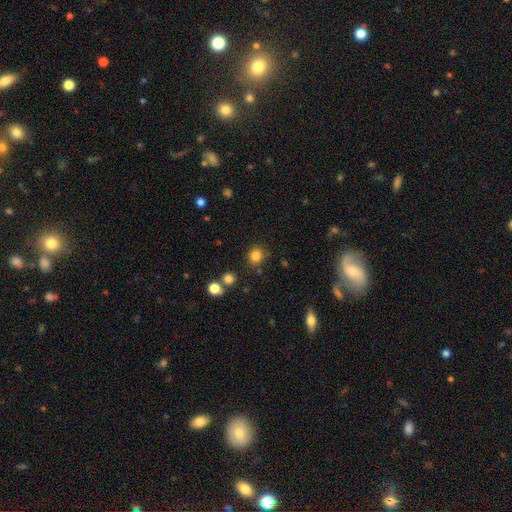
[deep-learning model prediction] The model was most divided on "how rounded": round: 80%, in between: 19%, cigar-shaped: 1%. More confident: merging — none (84%); smooth or featured — smooth (83%).